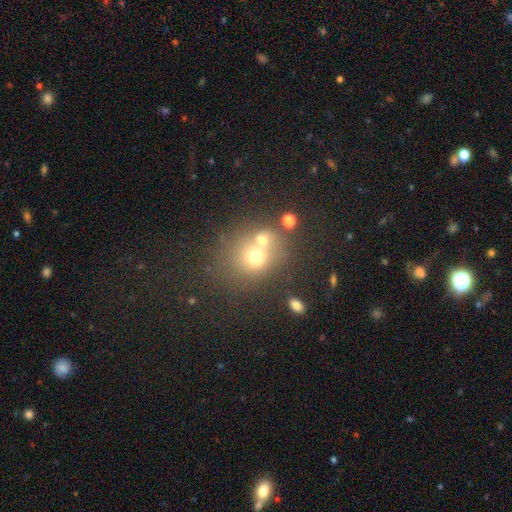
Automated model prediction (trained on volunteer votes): Q: Smooth or featured?
A: smooth (61%); runner-up: featured or disk (21%)
Q: How rounded?
A: round (72%); runner-up: in between (27%)
Q: Merging?
A: merger (48%); runner-up: none (39%)